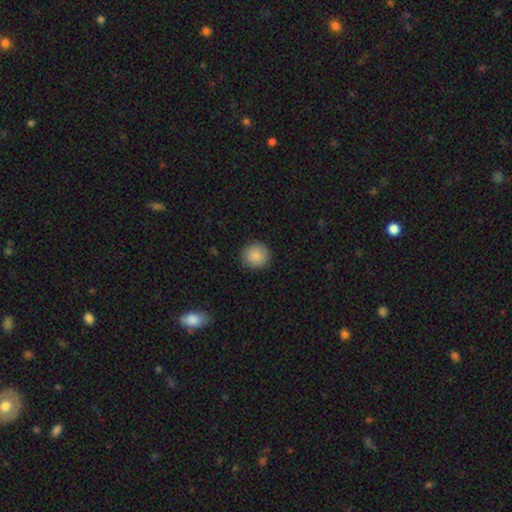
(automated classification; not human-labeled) Smooth or featured? smooth (88%)
How rounded? round (93%)
Merging? none (91%)